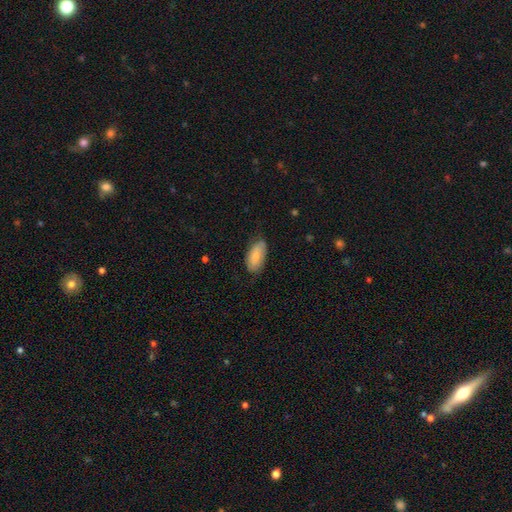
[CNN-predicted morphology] A smooth galaxy with no disk features (78%) that is in between round and cigar-shaped (94%).

Vote fractions:
- Smooth or featured? smooth: 78% / featured or disk: 16% / star or artifact: 6%
- How rounded? in between: 94% / cigar-shaped: 4% / round: 2%
- Merging? none: 71% / minor disturbance: 24% / major disturbance: 4% / merger: 1%